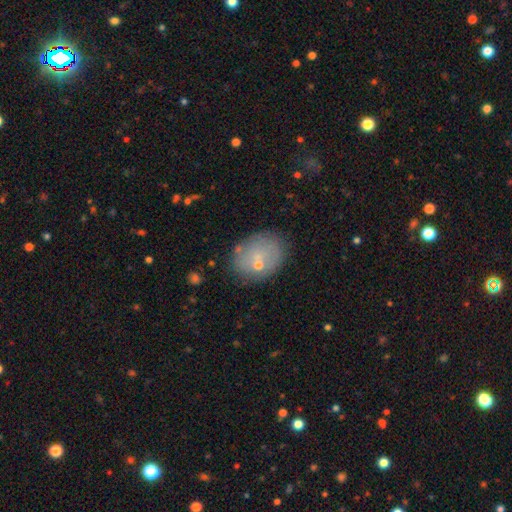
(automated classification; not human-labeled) Smooth or featured? smooth (62%)
How rounded? in between (62%)
Merging? none (75%)